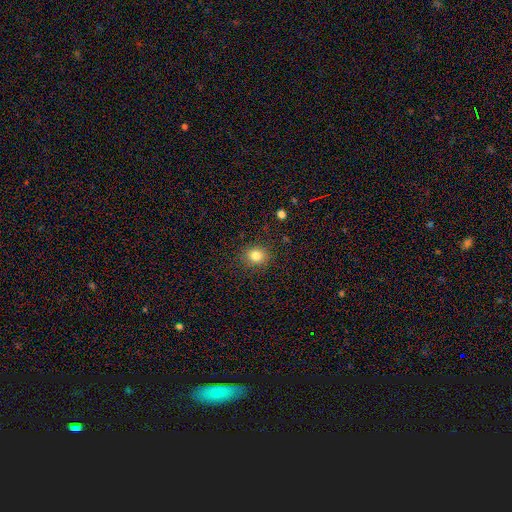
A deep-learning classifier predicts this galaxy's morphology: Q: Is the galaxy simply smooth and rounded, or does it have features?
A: smooth — 82%.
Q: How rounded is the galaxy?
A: round — 74%.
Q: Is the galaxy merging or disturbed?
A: none — 87%.